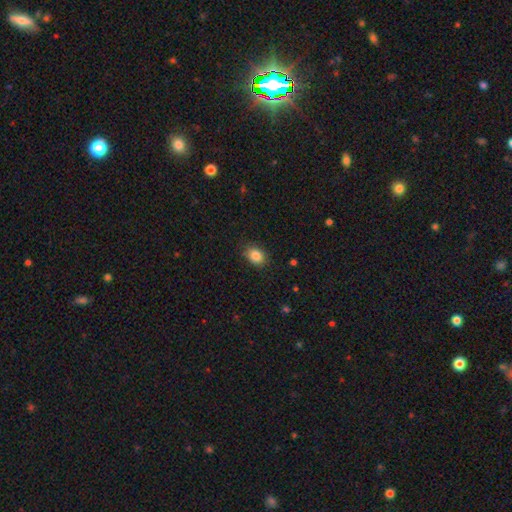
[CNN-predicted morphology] This is clearly a smooth galaxy (86%). How rounded: likely in between (67%). Merging: clearly none (83%).